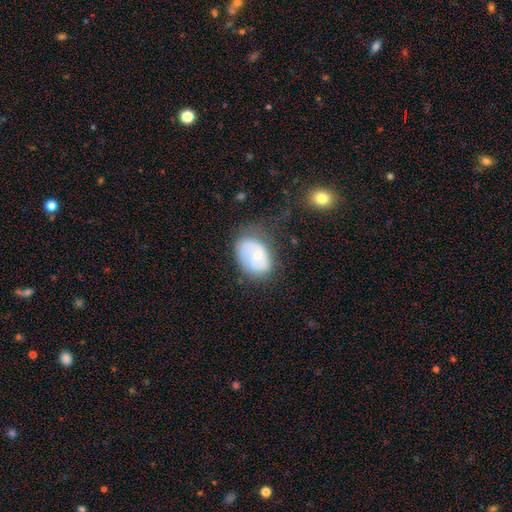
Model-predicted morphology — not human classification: Smooth or featured? Predicted: smooth (p=0.49). Merging? Predicted: none (p=0.49).